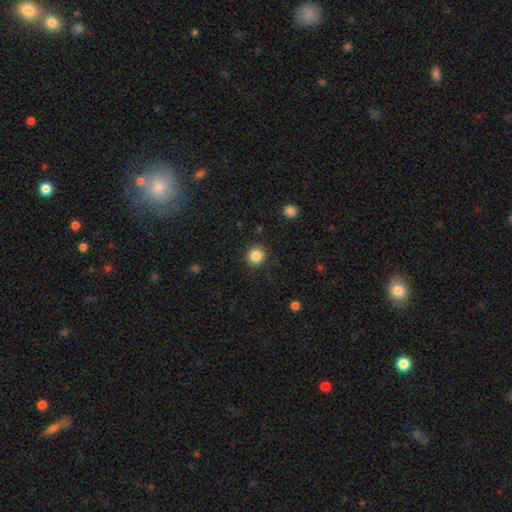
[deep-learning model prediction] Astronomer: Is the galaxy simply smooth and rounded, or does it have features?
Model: smooth — 85%.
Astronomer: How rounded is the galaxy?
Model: round — 93%.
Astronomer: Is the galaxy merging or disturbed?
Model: none — 90%.